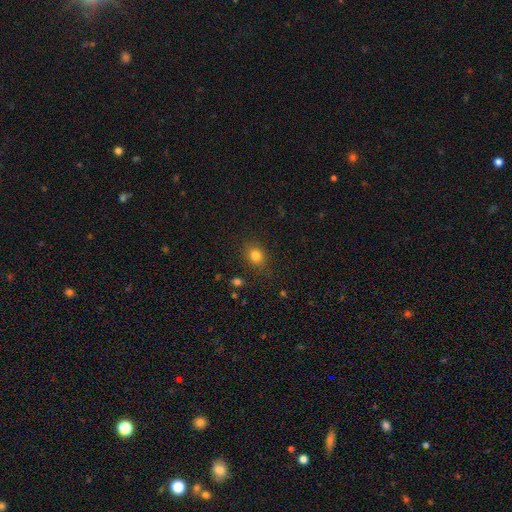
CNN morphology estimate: A smooth galaxy with no disk features (81%) that is round (57%). Merging: none (83%).